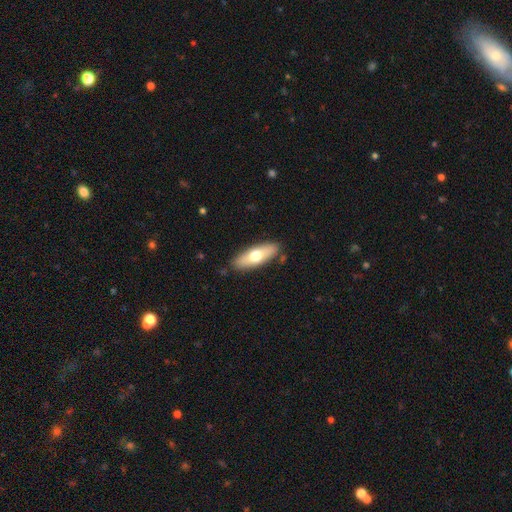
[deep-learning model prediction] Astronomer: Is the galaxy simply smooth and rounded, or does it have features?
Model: smooth — 61%.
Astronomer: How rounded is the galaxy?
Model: in between — 61% (runner-up: cigar-shaped, 37%).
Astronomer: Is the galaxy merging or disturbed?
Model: none — 86%.